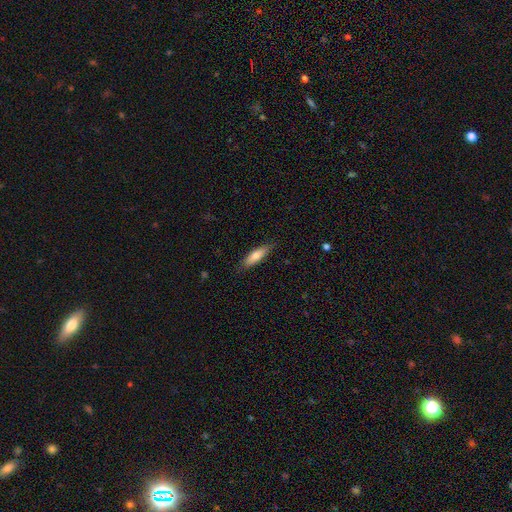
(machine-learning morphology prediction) smooth 73%, featured or disk 21%, star or artifact 6%. Down the decision tree: how rounded — cigar-shaped (58%); merging — none (84%).